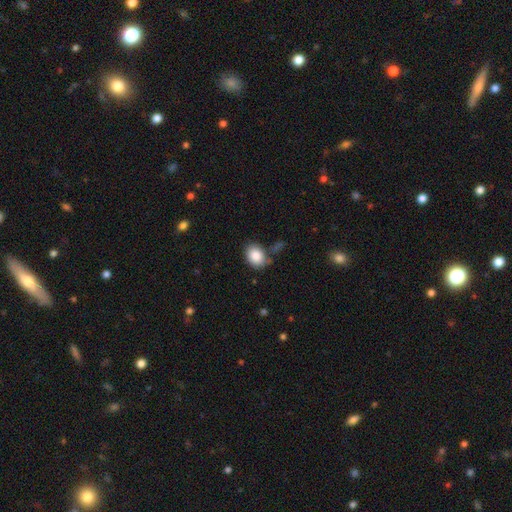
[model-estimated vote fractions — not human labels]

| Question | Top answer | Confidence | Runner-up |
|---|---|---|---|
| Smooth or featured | smooth | 86% | star or artifact (8%) |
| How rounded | in between | 61% | round (38%) |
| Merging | none | 68% | minor disturbance (18%) |